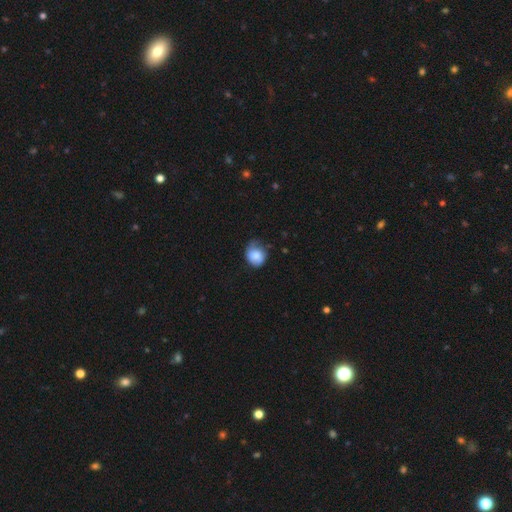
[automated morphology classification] type=smooth (74%); roundness=round (62%); merging=none (42%).